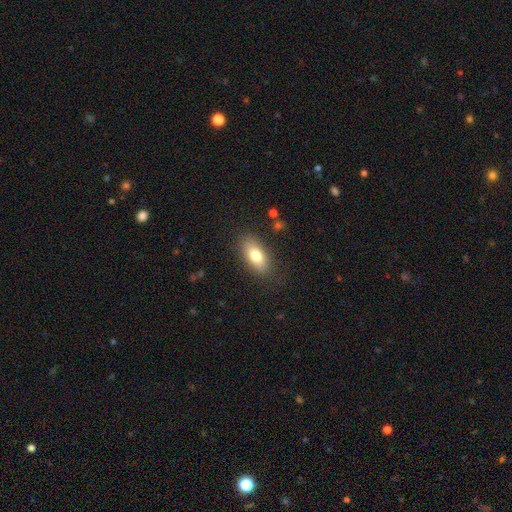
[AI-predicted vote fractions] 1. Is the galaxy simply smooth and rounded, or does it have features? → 76% smooth, 16% featured or disk, 8% star or artifact.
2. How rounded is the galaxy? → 85% in between, 9% cigar-shaped, 5% round.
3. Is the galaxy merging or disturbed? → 83% none, 12% minor disturbance, 4% major disturbance, 1% merger.